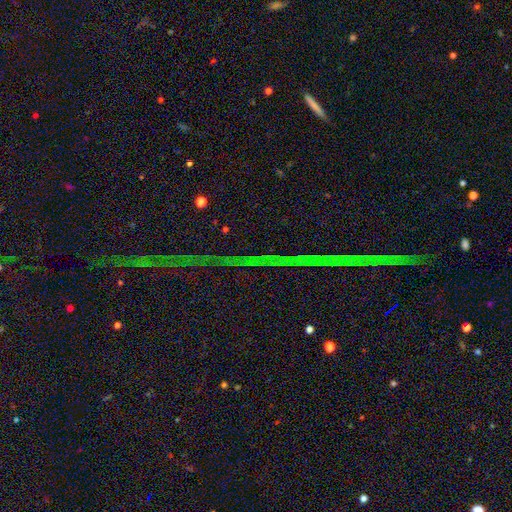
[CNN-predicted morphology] This appears to be a star or artifact, not a galaxy (86%).